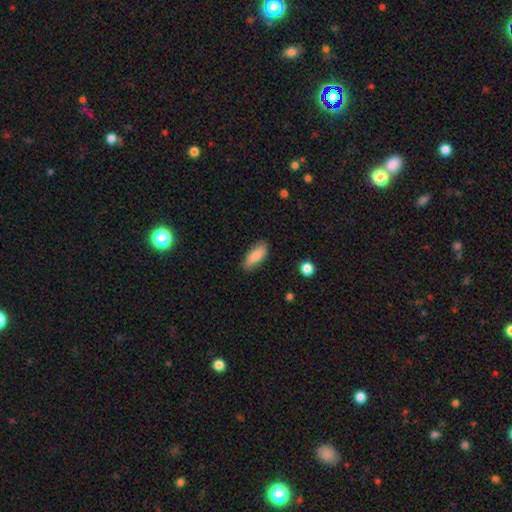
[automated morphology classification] Smooth or featured? Predicted: smooth (p=0.82). How rounded? Predicted: in between (p=0.74). Merging? Predicted: none (p=0.83).